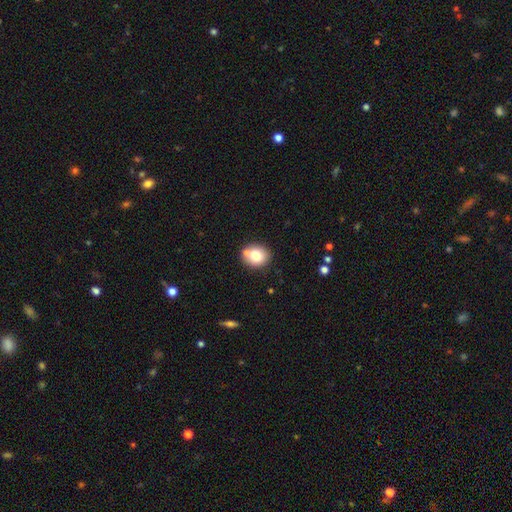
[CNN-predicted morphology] Smooth or featured: smooth — 75% (featured or disk — 15%)
How rounded: round — 76% (in between — 23%)
Merging: none — 69% (merger — 18%)